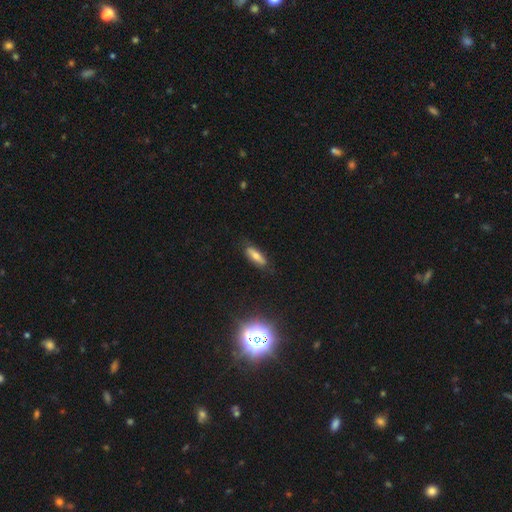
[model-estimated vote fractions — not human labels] Smooth or featured? smooth (62%)
How rounded? in between (54%)
Merging? none (79%)